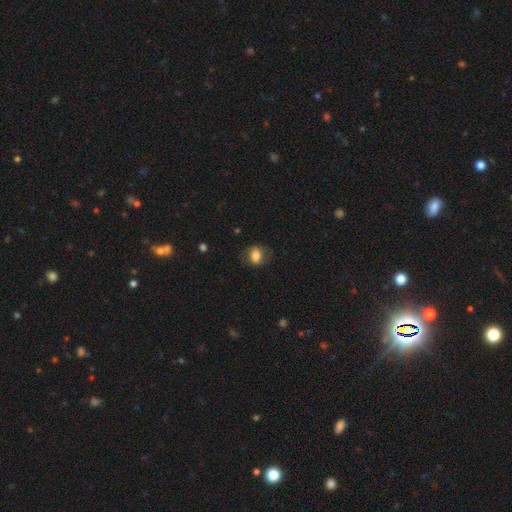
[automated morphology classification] Smooth or featured? Predicted: smooth (p=0.75). How rounded? Predicted: in between (p=0.51). Merging? Predicted: none (p=0.70).